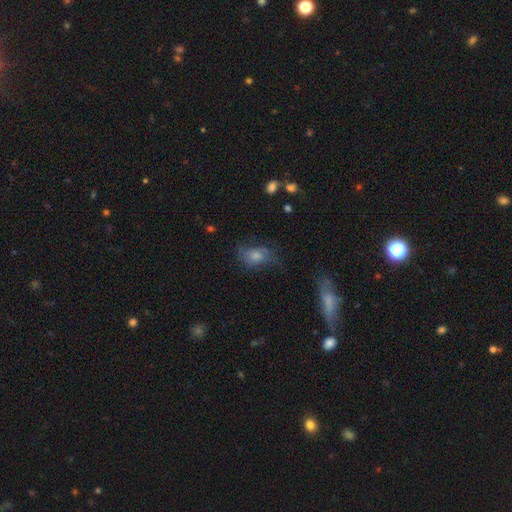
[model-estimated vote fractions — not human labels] This appears to be a smooth galaxy with no disk features (60%) that is in between round and cigar-shaped (77%). Merging: none (52%).